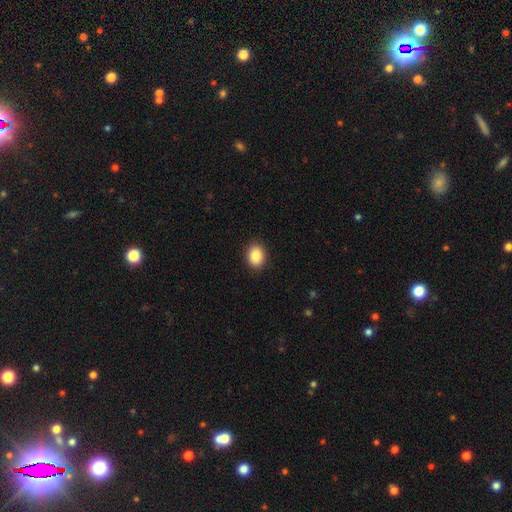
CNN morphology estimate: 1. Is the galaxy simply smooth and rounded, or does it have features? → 88% smooth, 8% star or artifact, 4% featured or disk.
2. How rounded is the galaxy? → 60% in between, 39% round, 1% cigar-shaped.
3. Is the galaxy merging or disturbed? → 89% none, 8% minor disturbance, 2% major disturbance, 1% merger.